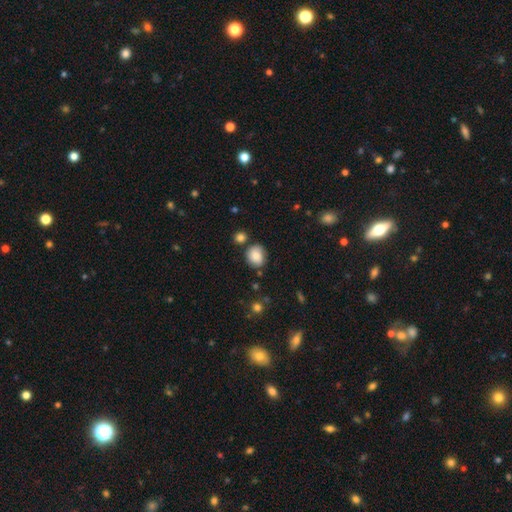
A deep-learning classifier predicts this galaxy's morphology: Smooth or featured: smooth — 81% (featured or disk — 10%)
How rounded: round — 65% (in between — 34%)
Merging: none — 72% (minor disturbance — 18%)